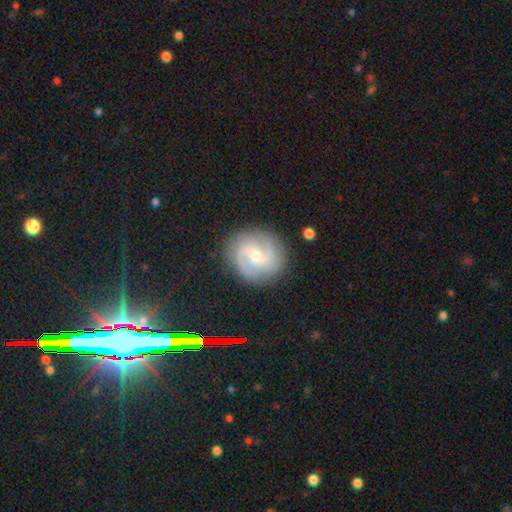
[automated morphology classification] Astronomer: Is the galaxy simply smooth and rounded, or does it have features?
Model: featured or disk — 83%.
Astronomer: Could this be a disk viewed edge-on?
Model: no — 98%.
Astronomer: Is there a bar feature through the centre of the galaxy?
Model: no — 44%, tied with weak at 44%.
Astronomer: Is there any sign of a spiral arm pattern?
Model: yes — 97%.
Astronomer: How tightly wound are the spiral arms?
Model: medium — 46% (runner-up: tight, 40%).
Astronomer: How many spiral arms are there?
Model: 2 — 62%.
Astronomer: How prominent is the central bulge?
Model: small — 61%.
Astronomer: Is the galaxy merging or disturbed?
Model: none — 85%.